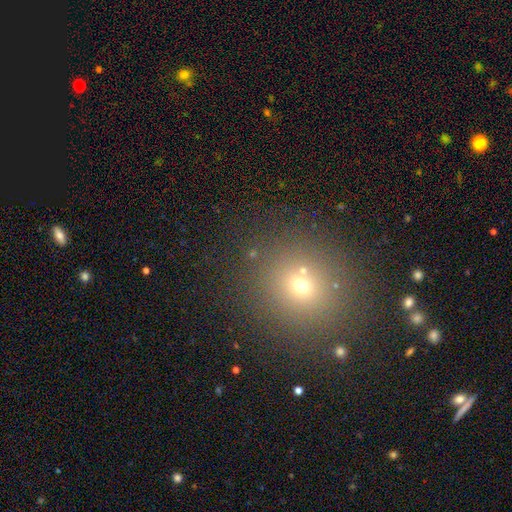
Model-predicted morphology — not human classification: Q: Smooth or featured?
A: smooth (57%); runner-up: star or artifact (32%)
Q: How rounded?
A: round (85%); runner-up: in between (14%)
Q: Merging?
A: none (79%); runner-up: merger (9%)